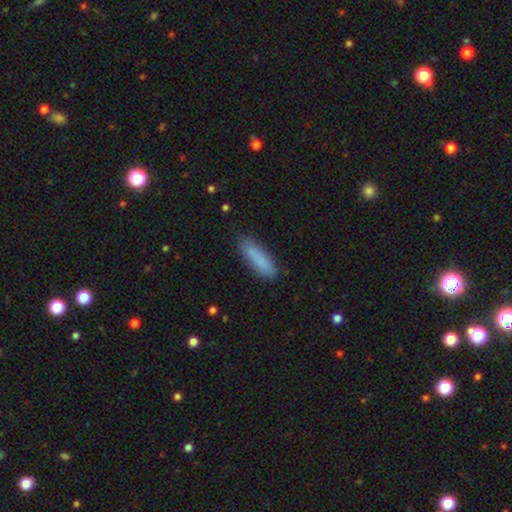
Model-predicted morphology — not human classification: Smooth or featured? Predicted: smooth (p=0.85). How rounded? Predicted: cigar-shaped (p=0.67). Merging? Predicted: none (p=0.85).